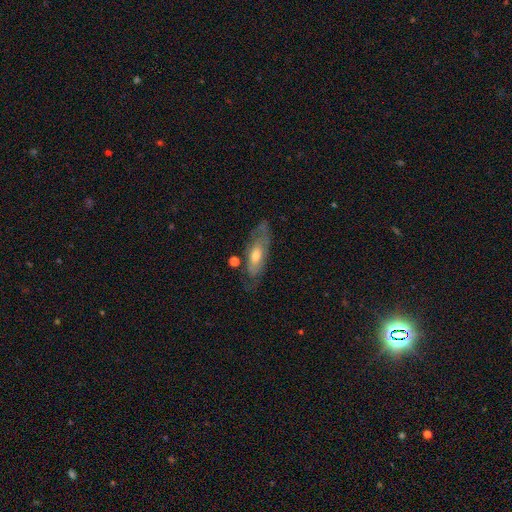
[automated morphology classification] A featured or disk galaxy (58%).

Vote fractions:
- Smooth or featured? featured or disk: 58% / smooth: 35% / star or artifact: 6%
- Edge-on disk? no: 74% / yes: 26%
- Merging? none: 67% / minor disturbance: 21% / major disturbance: 9% / merger: 4%